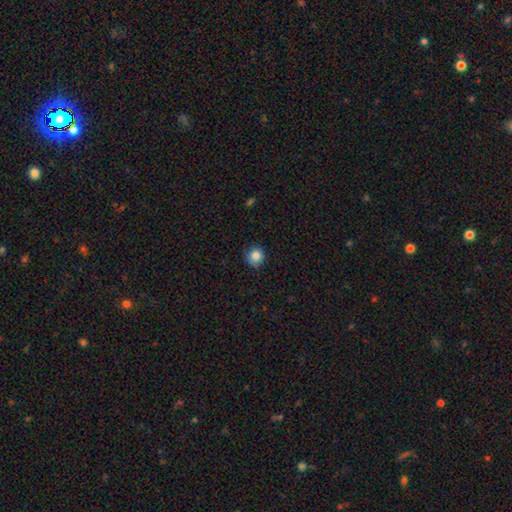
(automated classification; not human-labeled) smooth_or_featured: smooth (p=0.84) [alt: star or artifact p=0.10]
how_rounded: round (p=0.90) [alt: in between p=0.09]
merging: none (p=0.79) [alt: minor disturbance p=0.17]